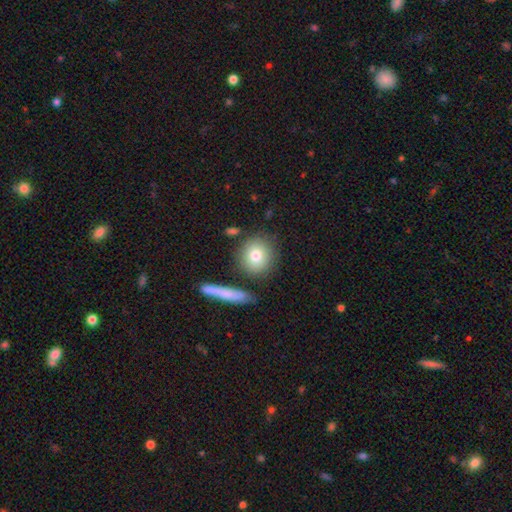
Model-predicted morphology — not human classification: This is likely a smooth galaxy (79%). How rounded: clearly round (85%). Merging: likely none (80%).